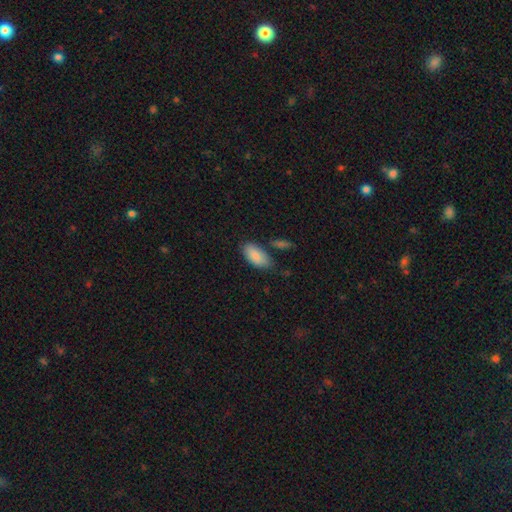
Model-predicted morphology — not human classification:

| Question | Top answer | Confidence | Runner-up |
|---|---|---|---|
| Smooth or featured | smooth | 88% | featured or disk (7%) |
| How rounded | in between | 93% | cigar-shaped (5%) |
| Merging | none | 71% | minor disturbance (18%) |